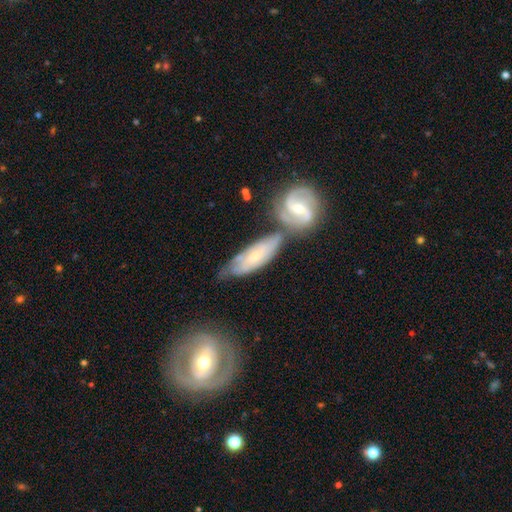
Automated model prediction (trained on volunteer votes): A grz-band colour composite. It shows a featured or disk galaxy (63%) with no bar (54%), spiral arms (87%) and a small central bulge (60%). Merging: none (44%).